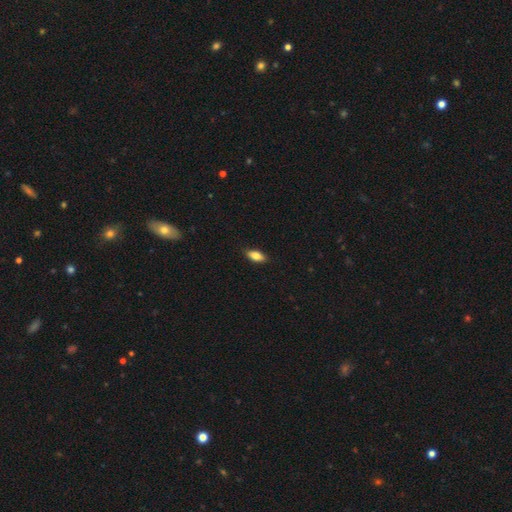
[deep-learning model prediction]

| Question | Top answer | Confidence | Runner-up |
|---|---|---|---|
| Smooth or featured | smooth | 83% | featured or disk (10%) |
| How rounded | in between | 87% | cigar-shaped (9%) |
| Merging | none | 86% | minor disturbance (11%) |